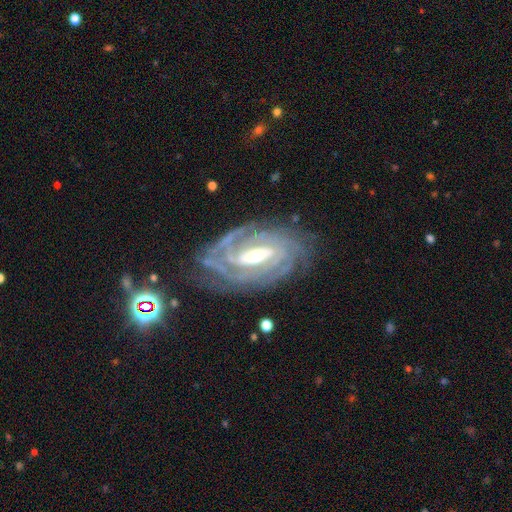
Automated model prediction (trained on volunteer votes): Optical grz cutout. It shows a featured or disk galaxy (88%) with a strong bar (51%), 3 (25%) tight (76%) spiral arms (97%) and a moderate central bulge (61%). Merging: none (78%).